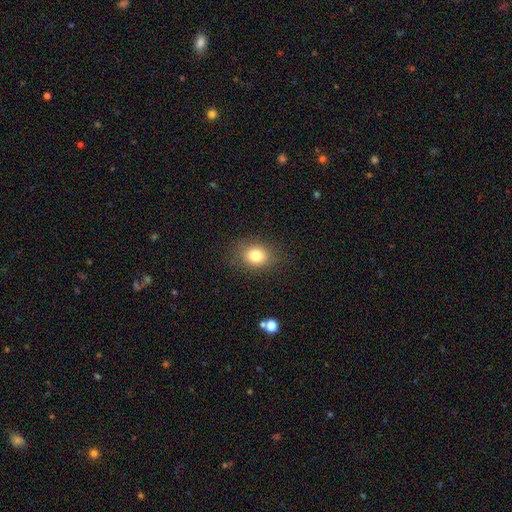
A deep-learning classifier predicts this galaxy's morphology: Smooth or featured? smooth (79%)
How rounded? in between (50%)
Merging? none (83%)